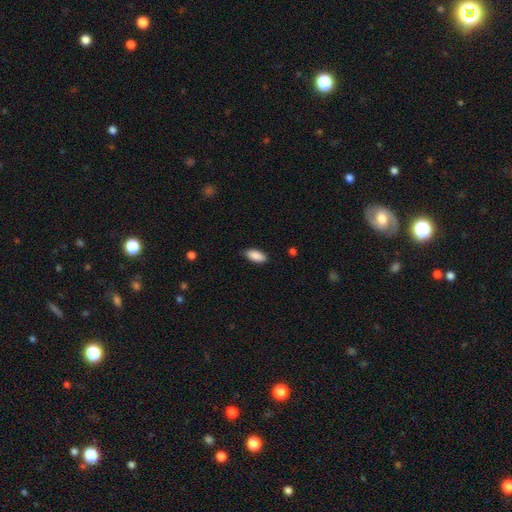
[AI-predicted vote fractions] Morphology: type=smooth (90%); roundness=in between (90%); merging=none (84%).